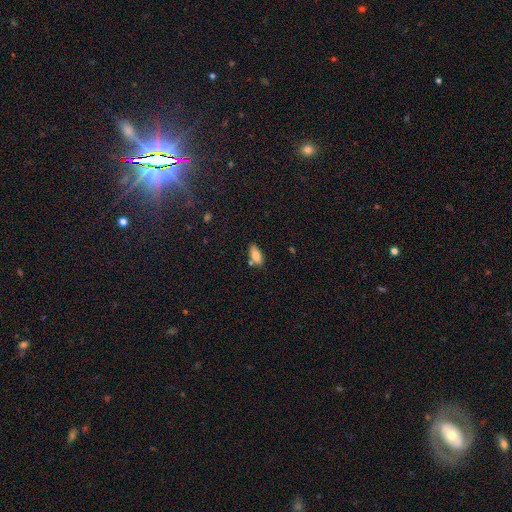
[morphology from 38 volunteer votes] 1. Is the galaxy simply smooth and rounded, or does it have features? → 87% smooth, 8% star or artifact, 5% featured or disk.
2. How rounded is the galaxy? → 82% in between, 15% cigar-shaped, 3% round.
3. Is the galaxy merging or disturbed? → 69% none, 26% minor disturbance, 3% major disturbance, 3% merger.